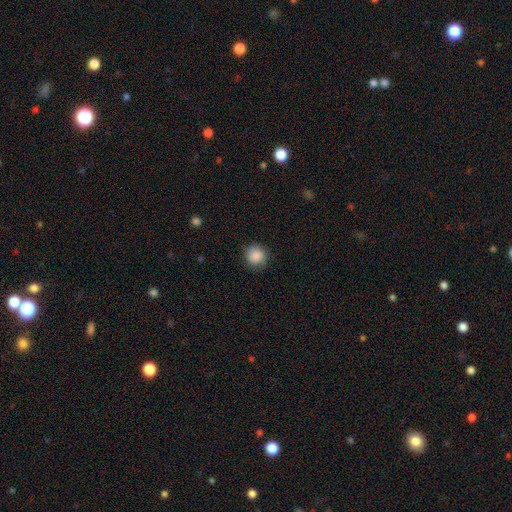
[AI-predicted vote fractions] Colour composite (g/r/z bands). It shows a smooth galaxy with no disk features (88%) that is round (92%). Merging: none (88%).